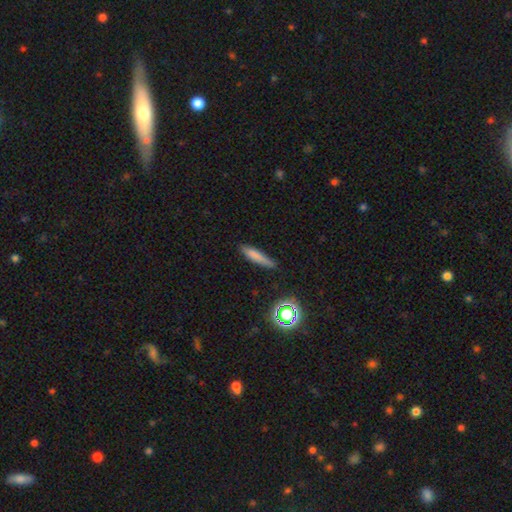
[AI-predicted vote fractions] smooth-or-featured: smooth: 75% | featured or disk: 15% | star or artifact: 10%
  how-rounded: cigar-shaped: 85% | in between: 13% | round: 2%
  merging: none: 79% | minor disturbance: 16% | major disturbance: 3% | merger: 2%